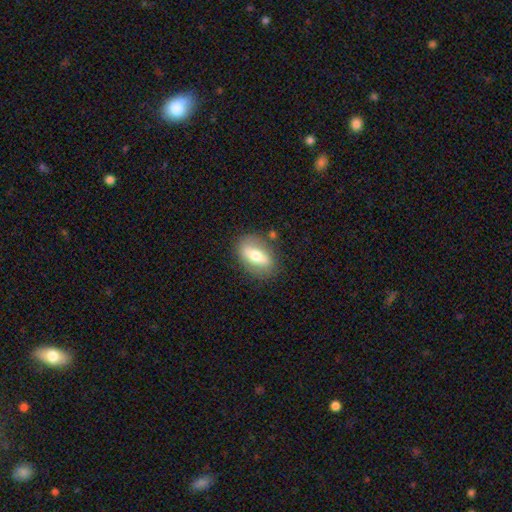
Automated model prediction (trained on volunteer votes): smooth_or_featured: smooth (p=0.51) [alt: featured or disk p=0.42]
how_rounded: in between (p=0.80) [alt: cigar-shaped p=0.10]
merging: none (p=0.78) [alt: minor disturbance p=0.15]